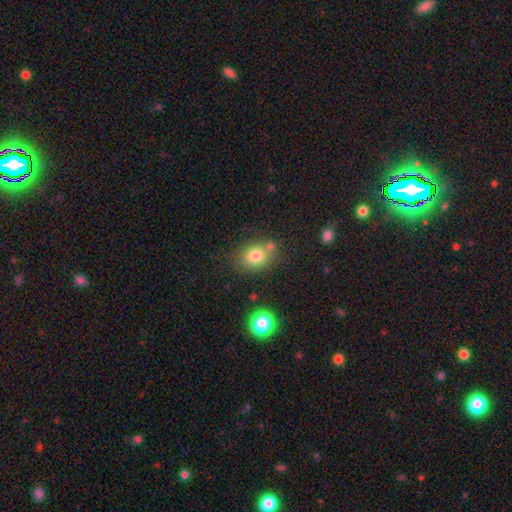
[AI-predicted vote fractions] Smooth or featured? Predicted: smooth (p=0.78). How rounded? Predicted: round (p=0.60). Merging? Predicted: none (p=0.66).